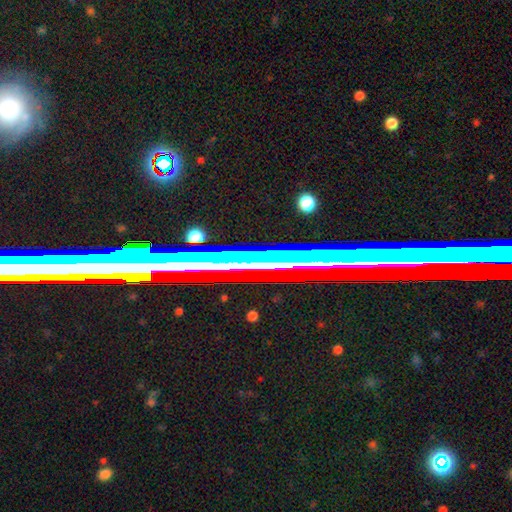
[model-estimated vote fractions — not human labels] smooth-or-featured: star or artifact: 54% | featured or disk: 32% | smooth: 14%